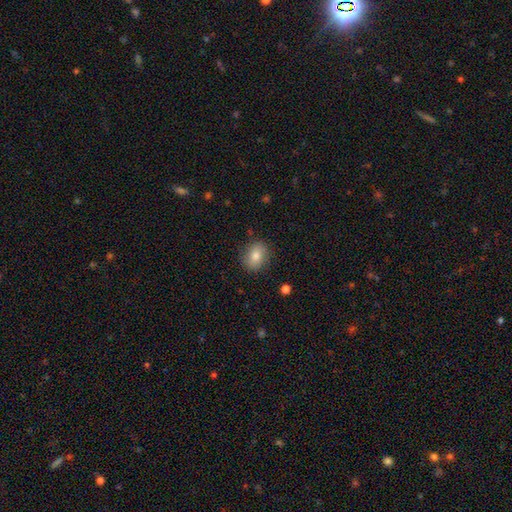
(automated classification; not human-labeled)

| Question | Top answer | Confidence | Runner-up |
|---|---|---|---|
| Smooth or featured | smooth | 79% | featured or disk (12%) |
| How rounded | in between | 56% | round (43%) |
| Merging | none | 86% | minor disturbance (11%) |